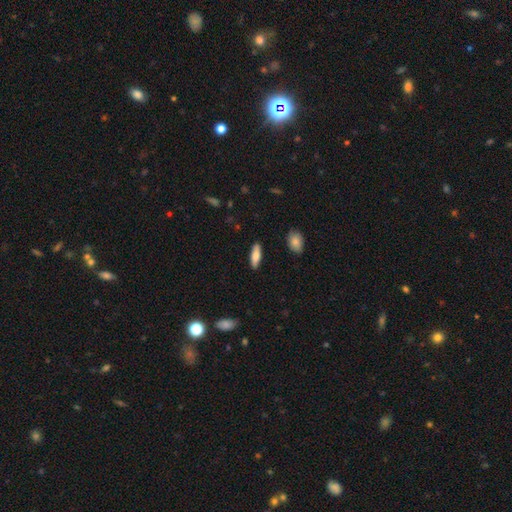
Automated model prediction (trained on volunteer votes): Morphology: type=smooth (75%); roundness=in between (53%); merging=none (88%).